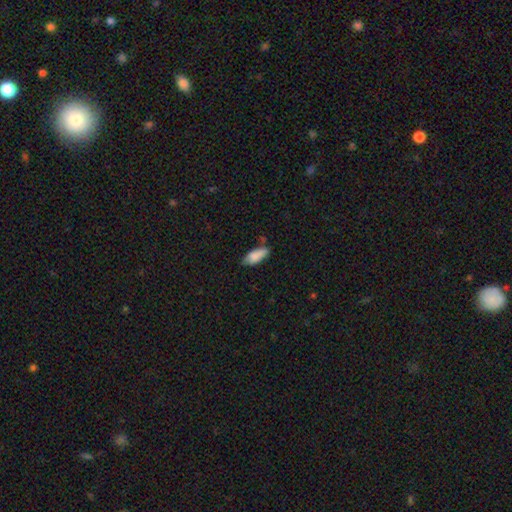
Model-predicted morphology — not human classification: Smooth or featured? smooth (84%)
How rounded? in between (78%)
Merging? none (63%)